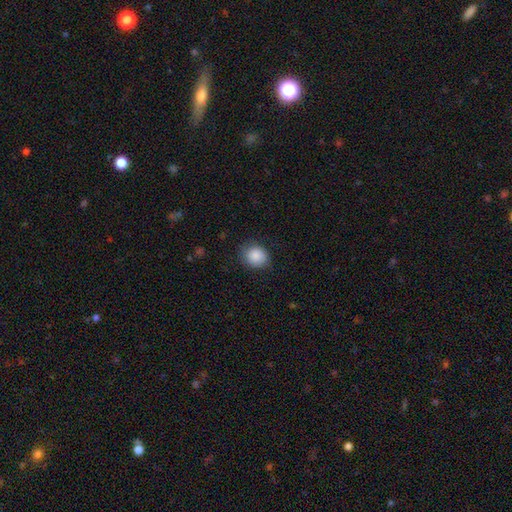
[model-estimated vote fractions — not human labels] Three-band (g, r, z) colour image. It shows a smooth galaxy with no disk features (88%) that is round (72%). Merging: none (80%).